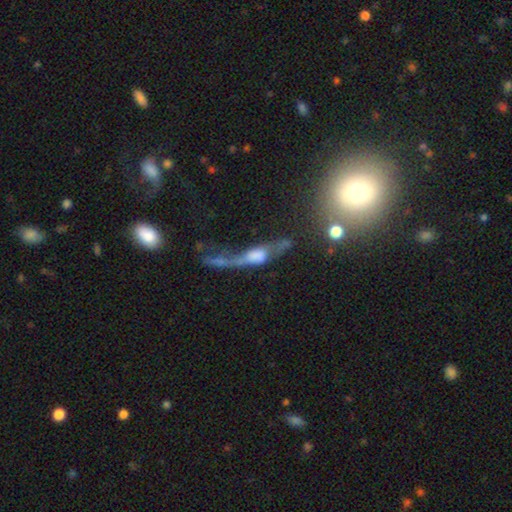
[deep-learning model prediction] This appears to be a featured or disk galaxy (58%). Merging: major disturbance (40%).